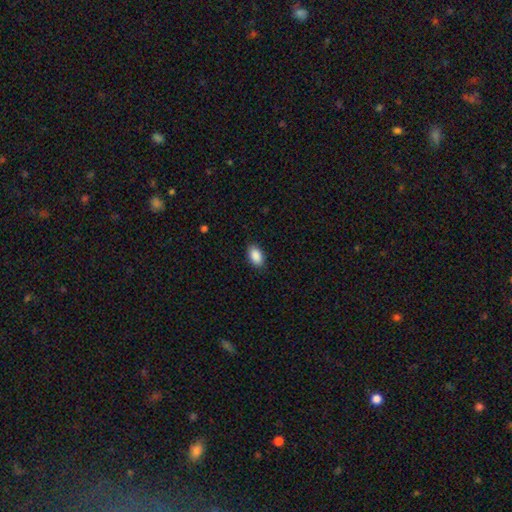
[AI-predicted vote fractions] This is clearly a smooth galaxy (90%). How rounded: clearly in between (93%). Merging: clearly none (88%).